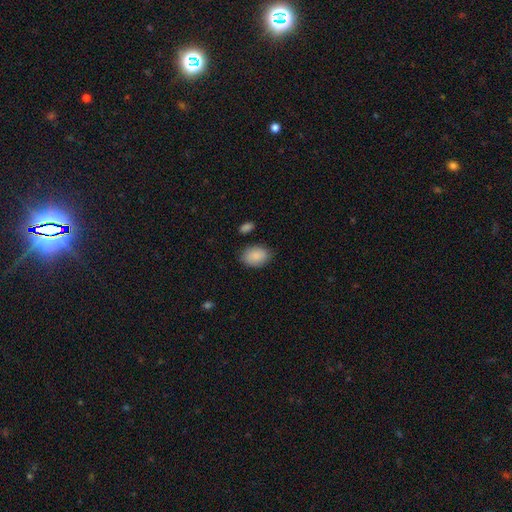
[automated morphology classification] type=smooth (88%); roundness=in between (82%); merging=none (81%).